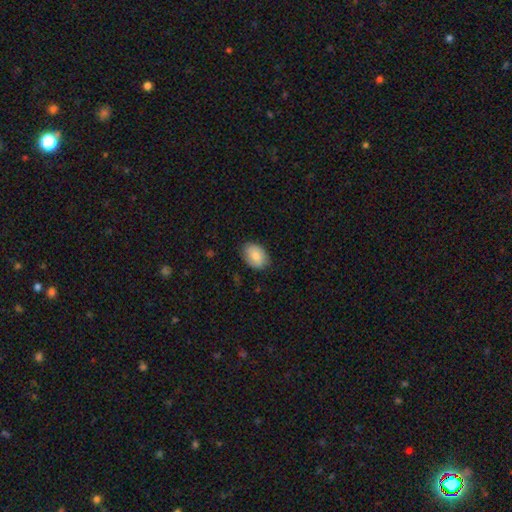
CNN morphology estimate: The model was most divided on "how rounded": in between: 81%, round: 18%, cigar-shaped: 1%. More confident: merging — none (85%); smooth or featured — smooth (83%).